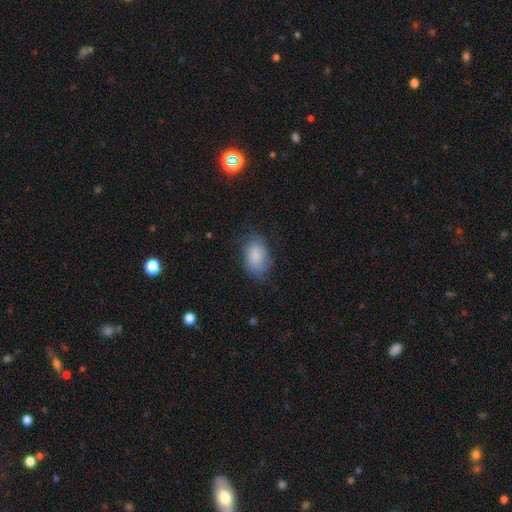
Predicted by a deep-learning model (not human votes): Smooth or featured?
  - smooth: 78% *
  - featured or disk: 14%
  - star or artifact: 7%
How rounded?
  - in between: 90% *
  - round: 8%
  - cigar-shaped: 1%
Merging?
  - none: 68% *
  - minor disturbance: 23%
  - major disturbance: 8%
  - merger: 1%